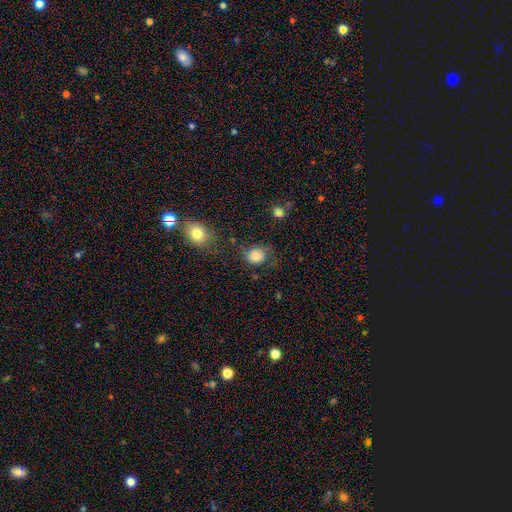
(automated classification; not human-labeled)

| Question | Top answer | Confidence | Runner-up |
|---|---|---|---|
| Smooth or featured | smooth | 75% | featured or disk (15%) |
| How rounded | round | 69% | in between (30%) |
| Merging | none | 52% | minor disturbance (28%) |